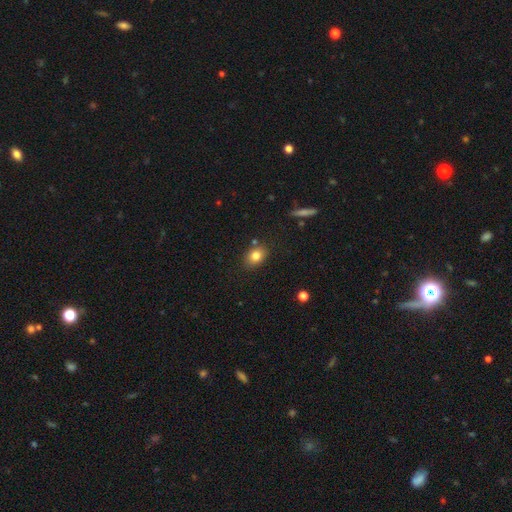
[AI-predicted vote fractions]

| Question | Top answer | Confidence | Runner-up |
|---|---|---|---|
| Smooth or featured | smooth | 81% | star or artifact (10%) |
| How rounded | in between | 63% | round (36%) |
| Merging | none | 81% | minor disturbance (11%) |